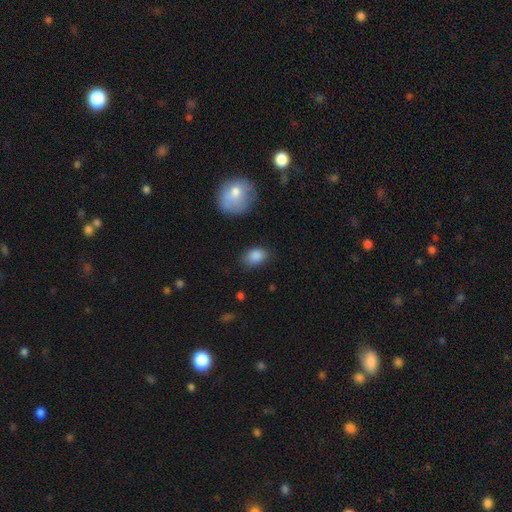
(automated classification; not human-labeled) Morphology: type=smooth (87%); roundness=in between (82%); merging=none (79%).